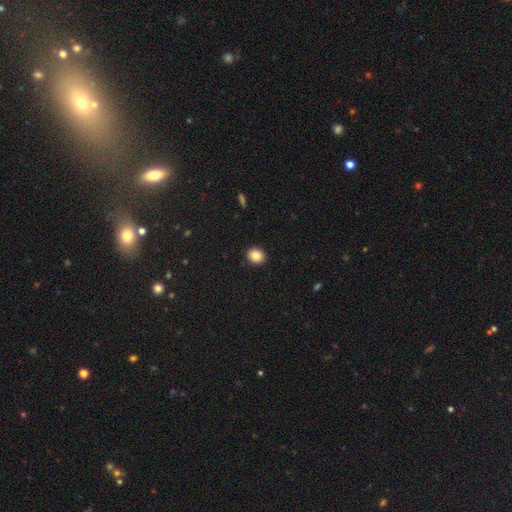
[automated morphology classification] The model was most divided on "how rounded": round: 68%, in between: 31%, cigar-shaped: 1%. More confident: merging — none (91%); smooth or featured — smooth (88%).